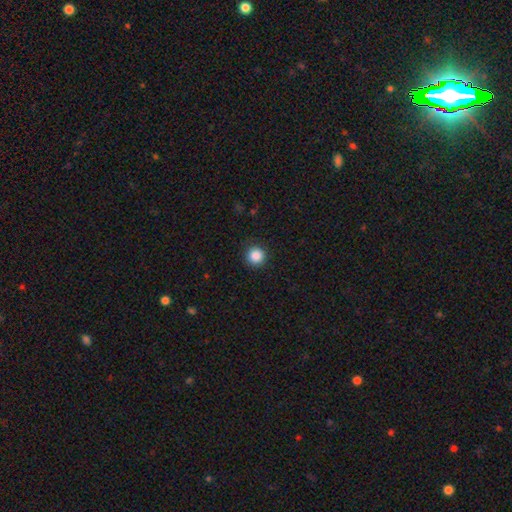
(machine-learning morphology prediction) Smooth or featured: smooth — 87% (star or artifact — 10%)
How rounded: round — 95% (in between — 4%)
Merging: none — 91% (minor disturbance — 6%)